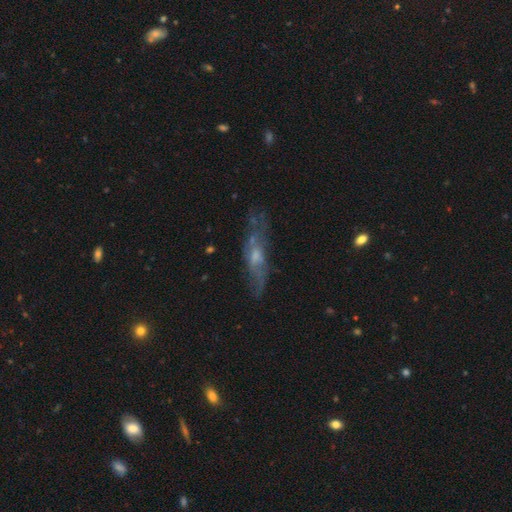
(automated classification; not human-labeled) Smooth or featured?
  - featured or disk: 62% *
  - smooth: 28%
  - star or artifact: 10%
Edge-on disk?
  - no: 54% *
  - yes: 46%
Merging?
  - none: 64% *
  - minor disturbance: 22%
  - major disturbance: 10%
  - merger: 3%